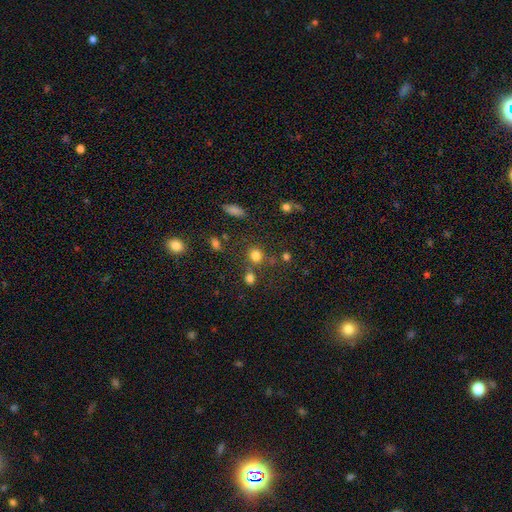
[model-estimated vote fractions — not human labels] Q: Smooth or featured?
A: smooth (76%); runner-up: star or artifact (17%)
Q: How rounded?
A: round (83%); runner-up: in between (16%)
Q: Merging?
A: none (67%); runner-up: merger (17%)